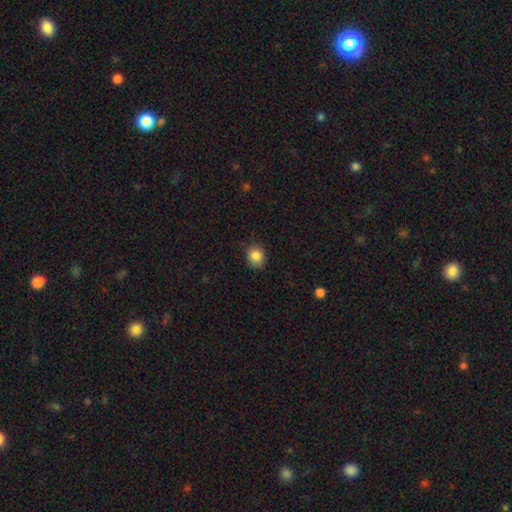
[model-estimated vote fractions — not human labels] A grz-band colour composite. It shows a smooth galaxy with no disk features (85%) that is round (77%). Merging: none (81%).